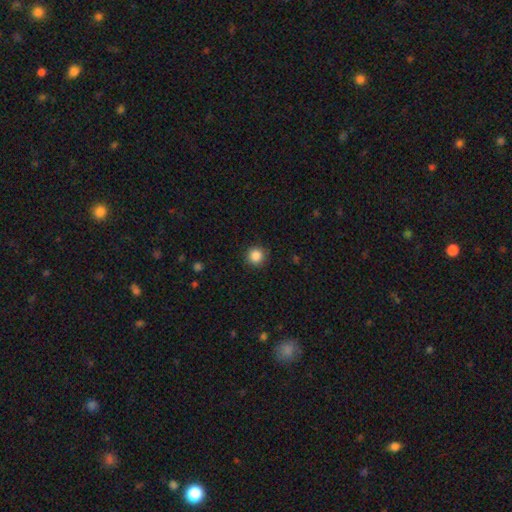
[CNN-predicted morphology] Smooth or featured?
  - smooth: 86% *
  - star or artifact: 10%
  - featured or disk: 3%
How rounded?
  - round: 95% *
  - in between: 4%
  - cigar-shaped: 1%
Merging?
  - none: 89% *
  - minor disturbance: 7%
  - major disturbance: 2%
  - merger: 1%